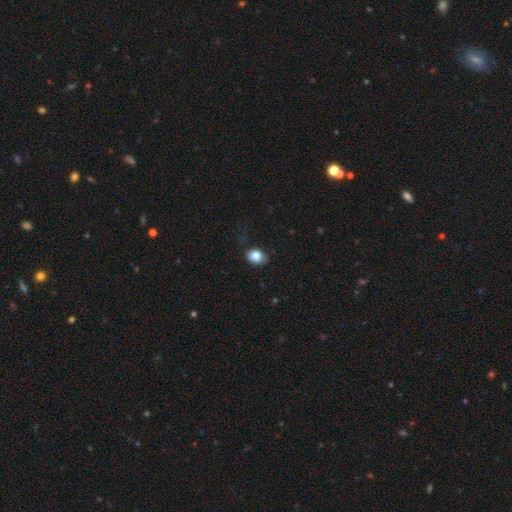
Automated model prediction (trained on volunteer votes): smooth-or-featured: smooth: 81% | star or artifact: 10% | featured or disk: 9%
  how-rounded: in between: 53% | round: 46% | cigar-shaped: 1%
  merging: none: 71% | minor disturbance: 22% | major disturbance: 6% | merger: 1%